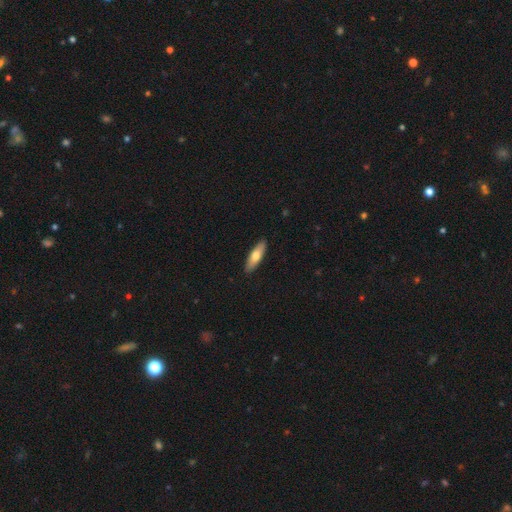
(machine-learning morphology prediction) smooth_or_featured: smooth (p=0.67) [alt: featured or disk p=0.28]
how_rounded: cigar-shaped (p=0.57) [alt: in between p=0.41]
merging: none (p=0.91) [alt: minor disturbance p=0.07]